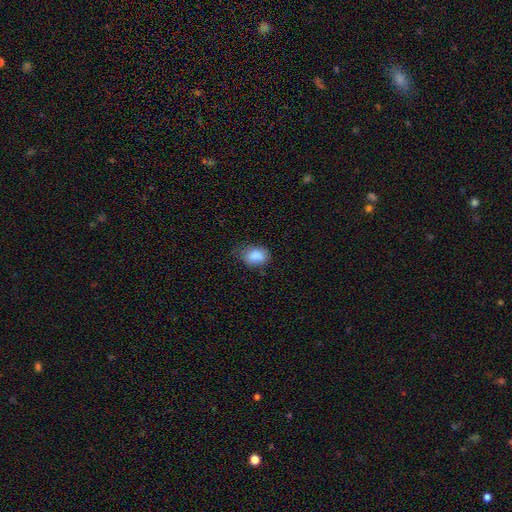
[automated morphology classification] Smooth or featured? Predicted: smooth (p=0.87). How rounded? Predicted: in between (p=0.72). Merging? Predicted: none (p=0.61).